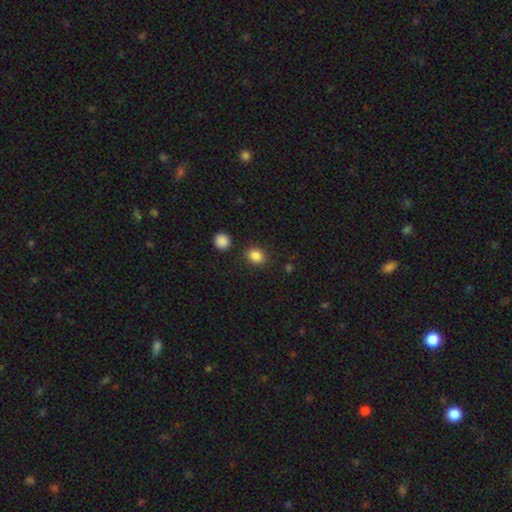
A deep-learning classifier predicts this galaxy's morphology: A smooth galaxy with no disk features (86%) that is round (51%). Merging: none (84%).